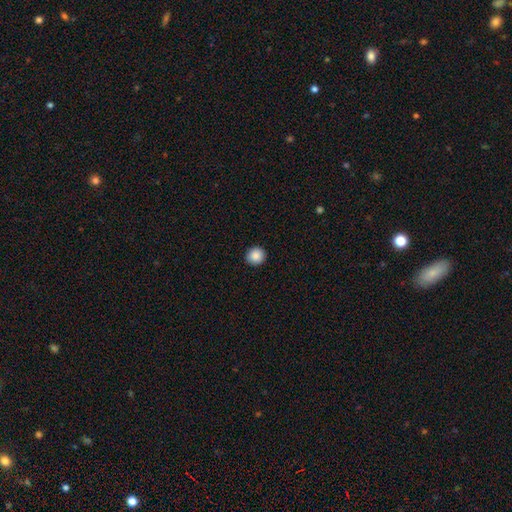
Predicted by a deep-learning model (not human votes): Smooth or featured: smooth — 88% (star or artifact — 9%)
How rounded: round — 91% (in between — 8%)
Merging: none — 93% (minor disturbance — 5%)